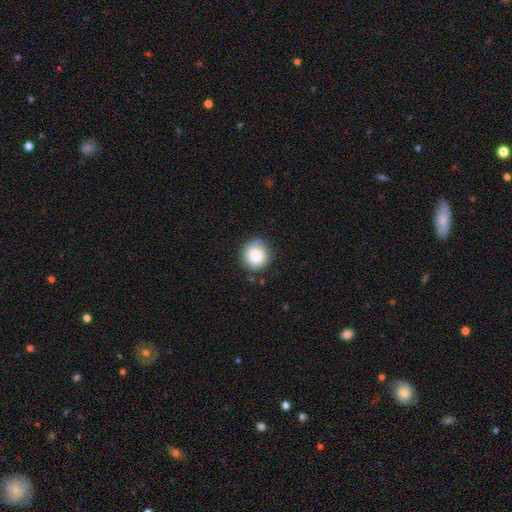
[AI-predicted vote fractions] smooth 83%, star or artifact 9%, featured or disk 8%. Down the decision tree: how rounded — round (90%); merging — none (82%).